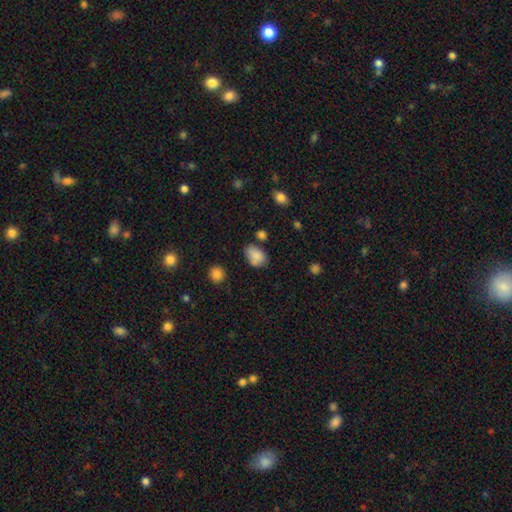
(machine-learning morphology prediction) Smooth or featured: smooth — 82% (star or artifact — 9%)
How rounded: in between — 82% (round — 17%)
Merging: none — 60% (minor disturbance — 24%)